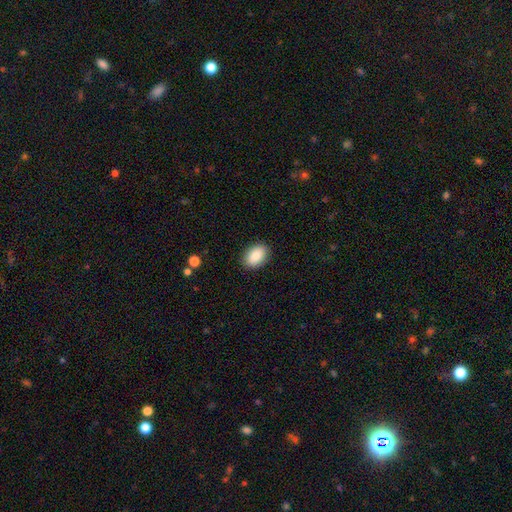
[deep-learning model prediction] Smooth or featured?
  - smooth: 86% *
  - star or artifact: 7%
  - featured or disk: 7%
How rounded?
  - in between: 83% *
  - round: 15%
  - cigar-shaped: 1%
Merging?
  - none: 87% *
  - minor disturbance: 9%
  - major disturbance: 2%
  - merger: 1%